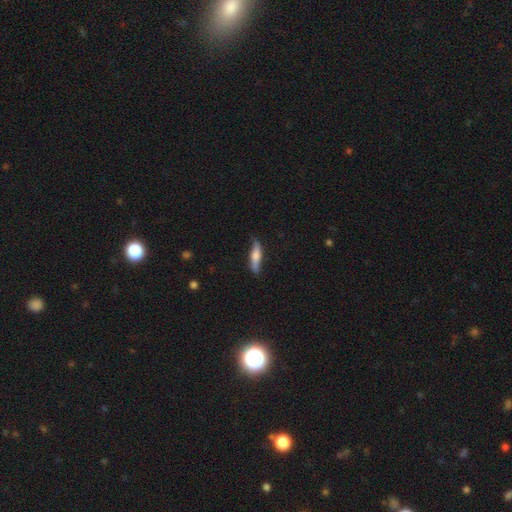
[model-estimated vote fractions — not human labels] smooth-or-featured: smooth: 57% | featured or disk: 37% | star or artifact: 6%
  how-rounded: cigar-shaped: 73% | in between: 25% | round: 2%
  merging: none: 72% | minor disturbance: 23% | major disturbance: 4% | merger: 2%